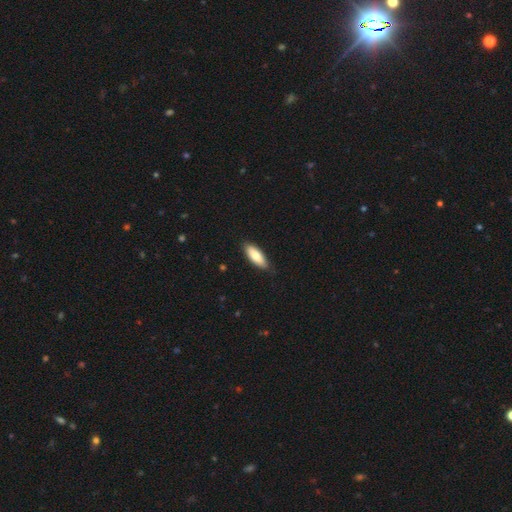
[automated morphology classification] The model was most divided on "how rounded": in between: 66%, cigar-shaped: 33%, round: 2%. More confident: merging — none (84%); smooth or featured — smooth (81%).